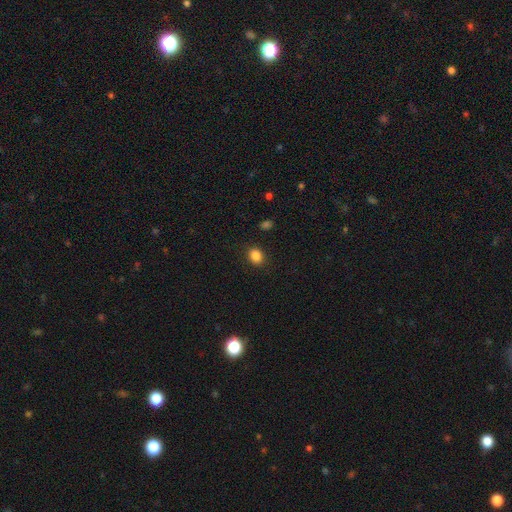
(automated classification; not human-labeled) A smooth galaxy with no disk features (86%) that is in between round and cigar-shaped (50%). Merging: none (88%).